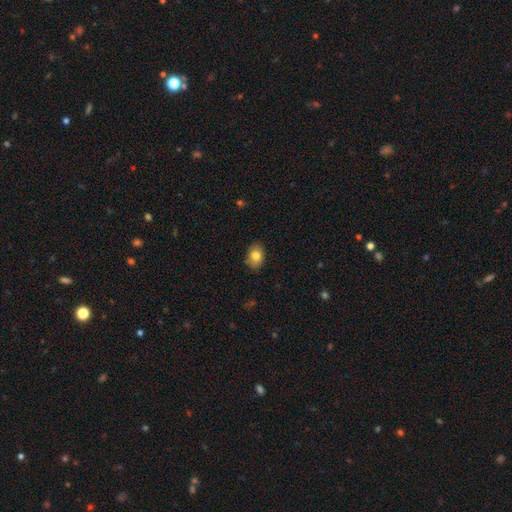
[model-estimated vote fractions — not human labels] This appears to be a smooth galaxy with no disk features (81%) that is in between round and cigar-shaped (70%). Merging: none (85%).